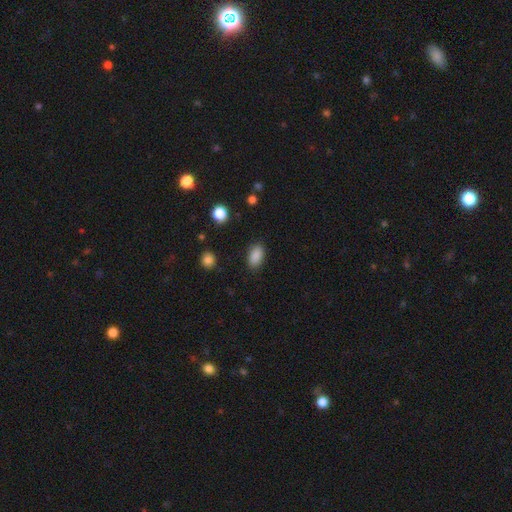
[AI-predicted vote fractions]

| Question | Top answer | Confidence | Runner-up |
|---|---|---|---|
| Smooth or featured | smooth | 88% | star or artifact (9%) |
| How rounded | in between | 91% | round (7%) |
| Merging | none | 86% | minor disturbance (10%) |